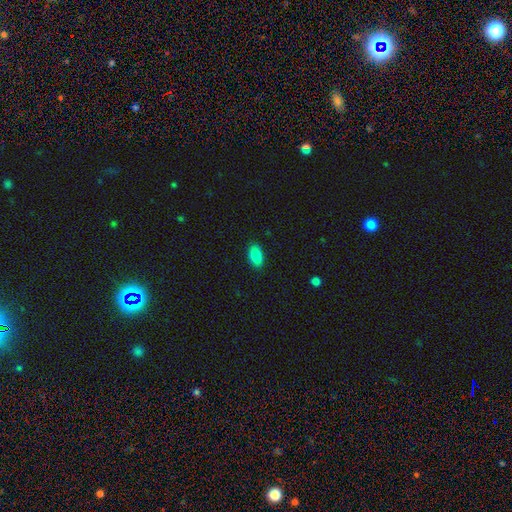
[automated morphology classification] type=smooth (87%); roundness=in between (93%); merging=none (88%).